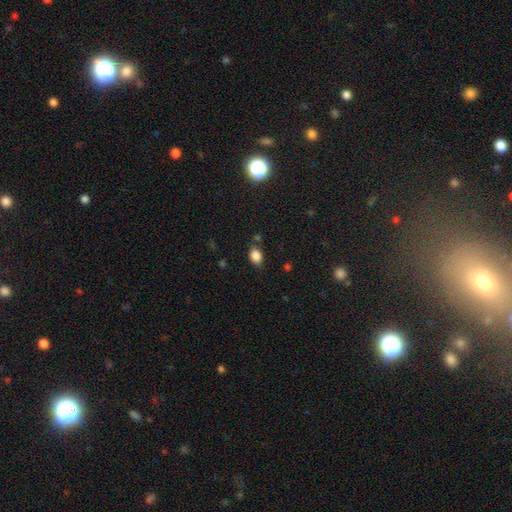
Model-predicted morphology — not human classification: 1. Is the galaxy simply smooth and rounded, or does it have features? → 85% smooth, 10% star or artifact, 5% featured or disk.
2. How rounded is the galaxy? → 76% in between, 23% round, 1% cigar-shaped.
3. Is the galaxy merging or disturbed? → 76% none, 15% minor disturbance, 5% merger, 4% major disturbance.